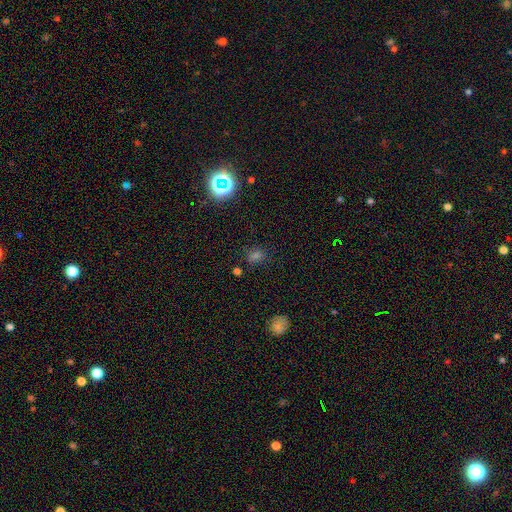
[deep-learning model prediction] smooth-or-featured: smooth: 52% | star or artifact: 39% | featured or disk: 9%
  how-rounded: round: 51% | in between: 47% | cigar-shaped: 2%
  merging: none: 81% | minor disturbance: 12% | major disturbance: 4% | merger: 3%